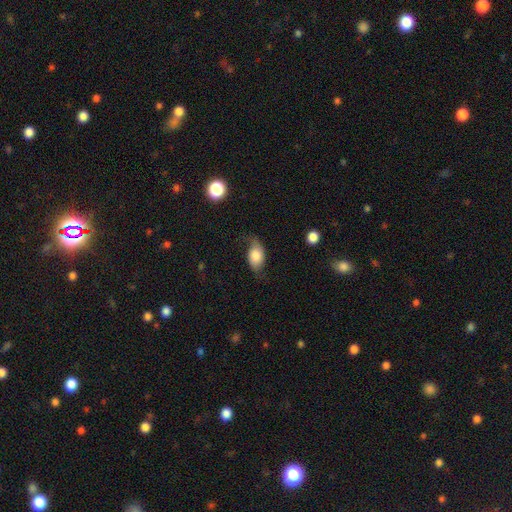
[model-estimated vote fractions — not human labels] A smooth galaxy with no disk features (64%) that is in between round and cigar-shaped (85%).

Vote fractions:
- Smooth or featured? smooth: 64% / featured or disk: 29% / star or artifact: 8%
- How rounded? in between: 85% / round: 12% / cigar-shaped: 2%
- Merging? none: 51% / minor disturbance: 31% / major disturbance: 16% / merger: 2%